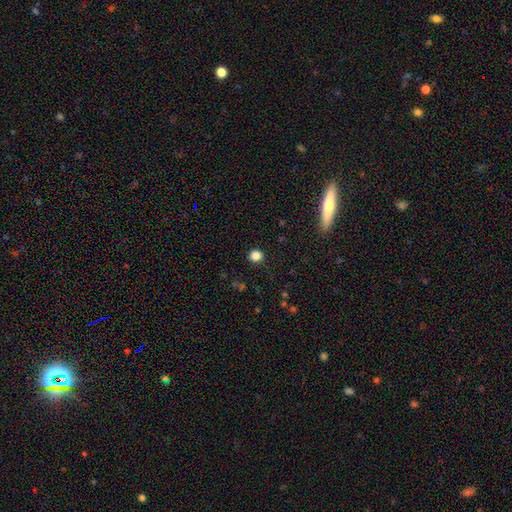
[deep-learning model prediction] Overall: smooth (85%). How rounded: round (91%). Merging: none (91%).